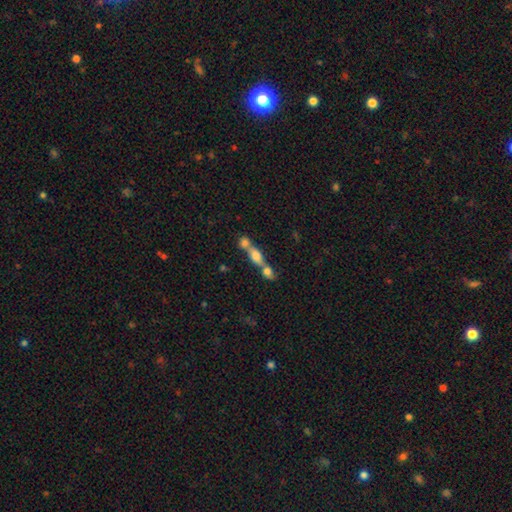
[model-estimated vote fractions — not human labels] A smooth galaxy with no disk features (62%) that is in between round and cigar-shaped (51%).

Vote fractions:
- Smooth or featured? smooth: 62% / featured or disk: 26% / star or artifact: 12%
- How rounded? in between: 51% / cigar-shaped: 27% / round: 22%
- Merging? merger: 67% / none: 22% / minor disturbance: 6% / major disturbance: 5%